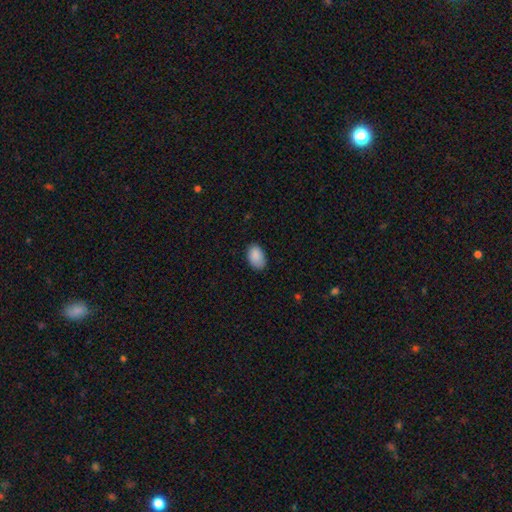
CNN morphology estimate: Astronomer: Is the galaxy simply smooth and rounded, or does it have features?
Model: smooth — 89%.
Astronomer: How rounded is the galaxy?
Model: in between — 91%.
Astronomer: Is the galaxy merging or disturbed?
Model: none — 78%.